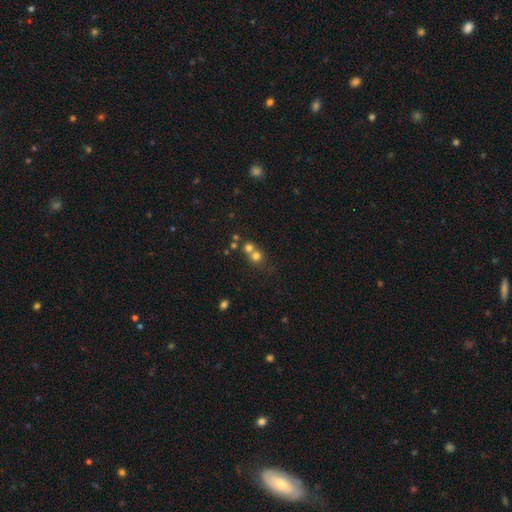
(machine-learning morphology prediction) Smooth or featured: smooth — 71% (star or artifact — 16%)
How rounded: round — 87% (in between — 12%)
Merging: merger — 51% (none — 41%)